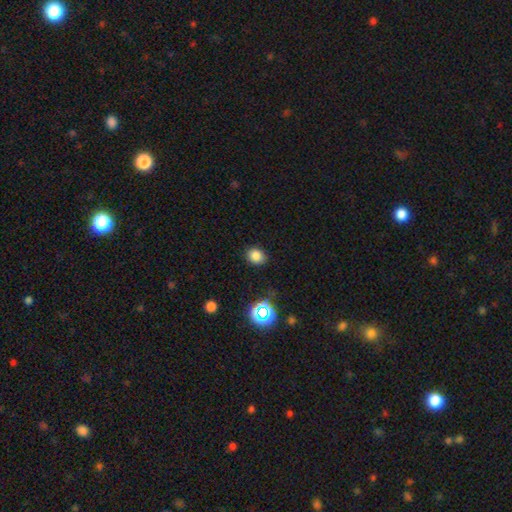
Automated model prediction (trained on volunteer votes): Smooth or featured? smooth (80%)
How rounded? round (61%)
Merging? none (86%)